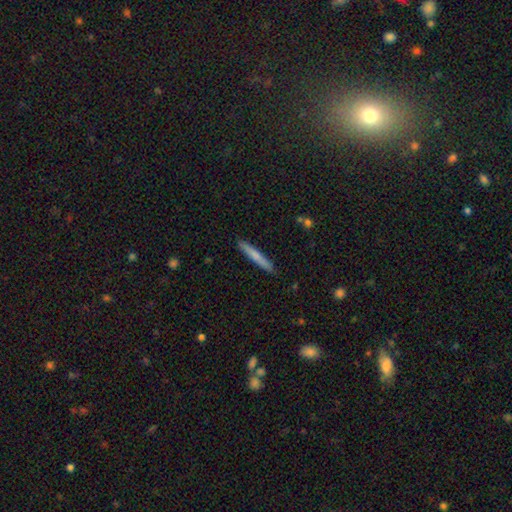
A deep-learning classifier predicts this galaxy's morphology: type=smooth (65%); roundness=cigar-shaped (95%); merging=none (91%).